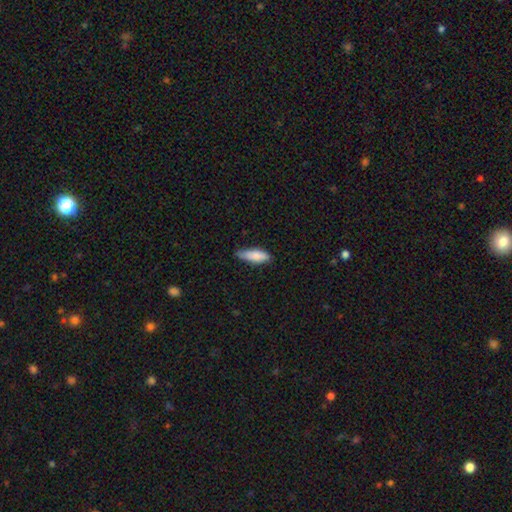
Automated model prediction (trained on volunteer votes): Morphology: type=smooth (85%); roundness=in between (57%); merging=none (71%).